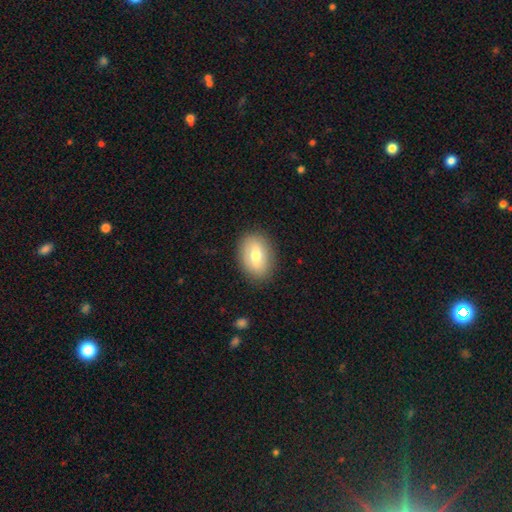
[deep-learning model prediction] Smooth or featured: smooth — 63% (featured or disk — 29%)
How rounded: in between — 83% (round — 15%)
Merging: none — 86% (minor disturbance — 10%)